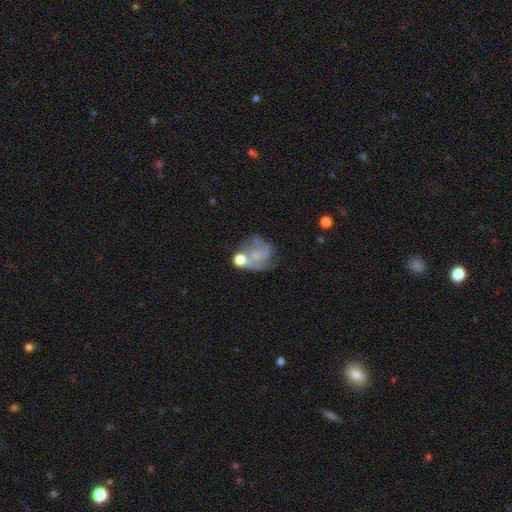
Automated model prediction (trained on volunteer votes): A featured or disk galaxy (65%) with no bar (69%), spiral arms (79%) and a small central bulge (65%). Merging: none (41%).